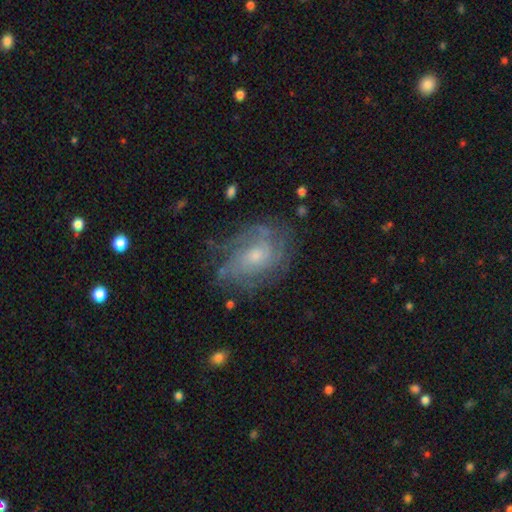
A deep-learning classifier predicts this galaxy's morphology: type=featured or disk (79%); edge-on=no (97%); bar=no (74%); spiral arms=yes (89%); winding=tight (54%); arm count=can't tell (44%); bulge=small (50%); merging=none (69%).